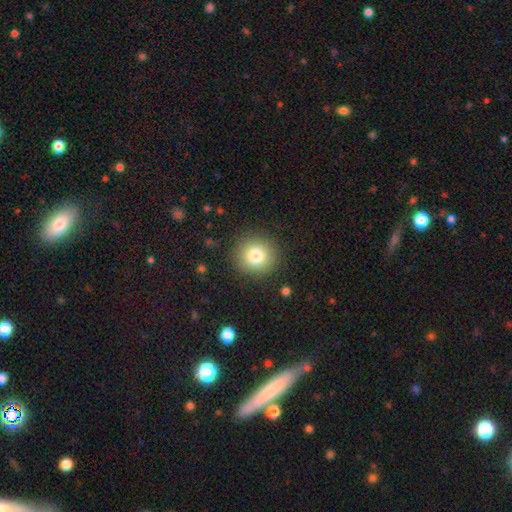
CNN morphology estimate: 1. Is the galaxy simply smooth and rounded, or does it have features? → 80% smooth, 11% star or artifact, 9% featured or disk.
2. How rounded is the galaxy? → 94% round, 5% in between, 1% cigar-shaped.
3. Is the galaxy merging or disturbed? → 90% none, 6% minor disturbance, 3% major disturbance, 1% merger.